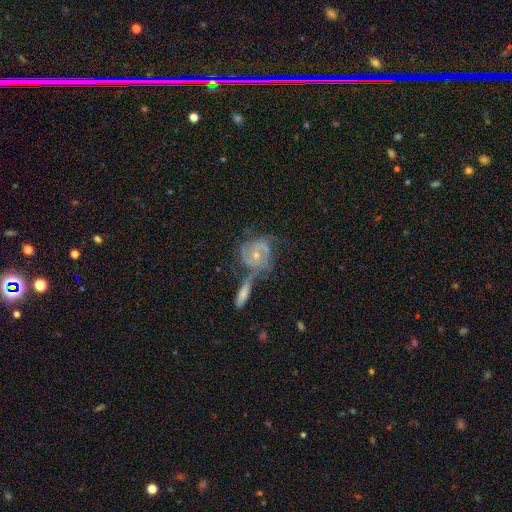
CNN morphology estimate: Smooth or featured: featured or disk — 84% (smooth — 10%)
Edge-on disk: no — 96% (yes — 4%)
Bar: no — 68% (weak — 25%)
Spiral arms: yes — 95% (no — 5%)
Spiral winding: tight — 56% (medium — 36%)
Spiral arm count: 2 — 51% (3 — 22%)
Bulge size: small — 49% (moderate — 47%)
Merging: none — 42% (merger — 27%)